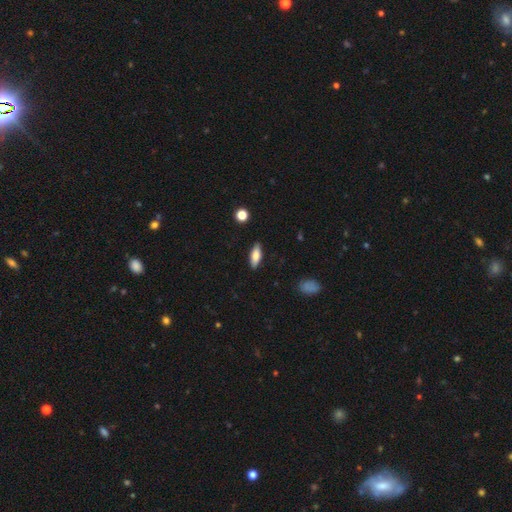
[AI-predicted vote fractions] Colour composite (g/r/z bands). It shows a smooth galaxy with no disk features (74%) that is in between round and cigar-shaped (64%). Merging: none (88%).